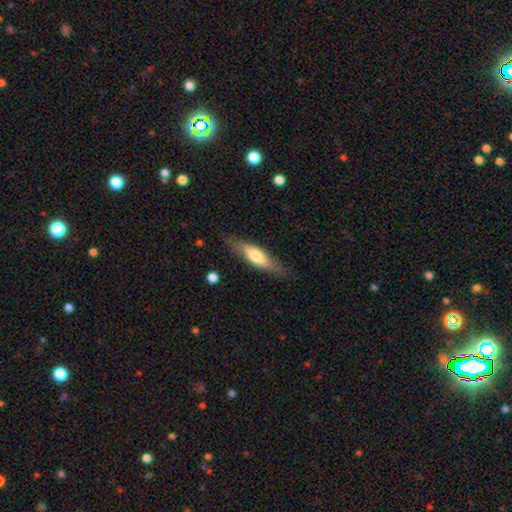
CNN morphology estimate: A smooth galaxy with no disk features (55%) that is cigar-shaped (63%). Merging: none (81%).